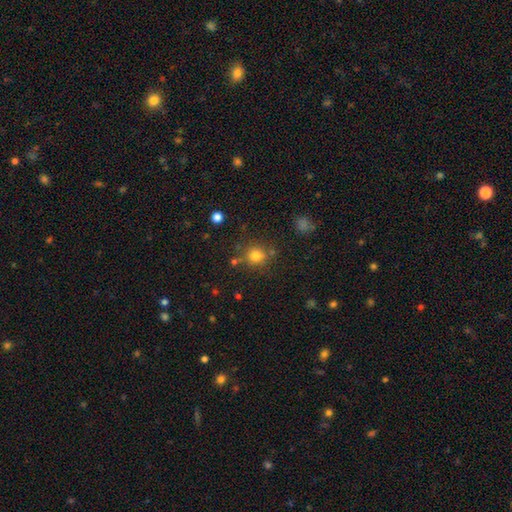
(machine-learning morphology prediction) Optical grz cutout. It shows a smooth galaxy with no disk features (79%) that is round (90%). Merging: none (76%).